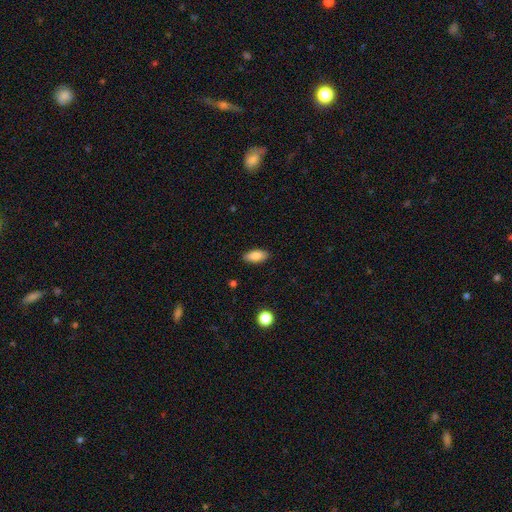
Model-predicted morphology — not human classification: The model was most divided on "how rounded": in between: 88%, cigar-shaped: 10%, round: 2%. More confident: merging — none (89%); smooth or featured — smooth (87%).